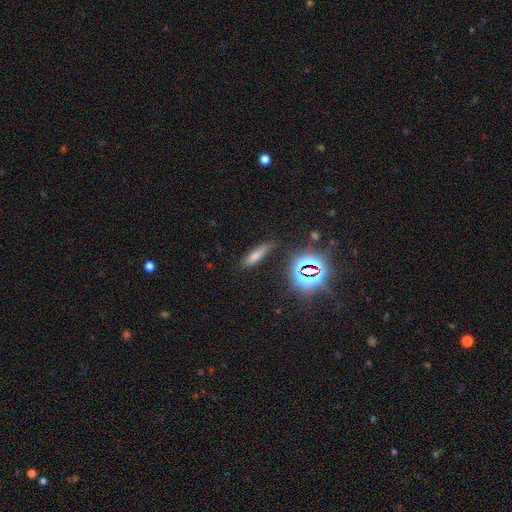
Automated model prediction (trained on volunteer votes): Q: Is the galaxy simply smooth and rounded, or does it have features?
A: smooth — 66%.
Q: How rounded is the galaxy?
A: cigar-shaped — 68%.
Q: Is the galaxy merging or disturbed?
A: none — 73%.